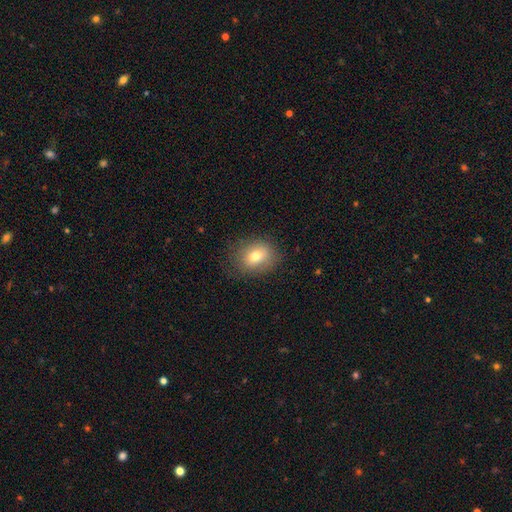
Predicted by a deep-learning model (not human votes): Q: Smooth or featured?
A: smooth (75%); runner-up: featured or disk (14%)
Q: How rounded?
A: round (50%); runner-up: in between (49%)
Q: Merging?
A: none (81%); runner-up: minor disturbance (13%)